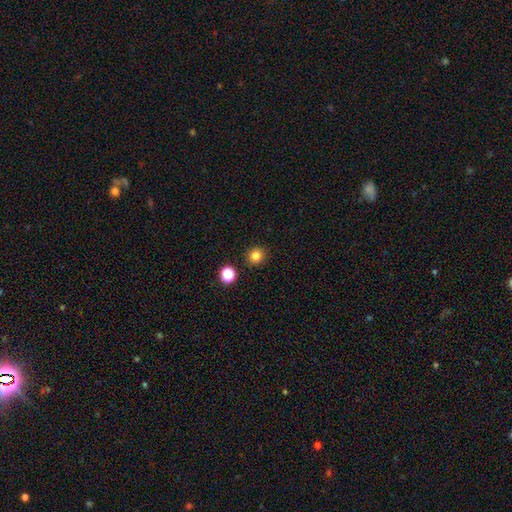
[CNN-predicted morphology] A smooth galaxy with no disk features (82%) that is round (91%). Merging: none (90%).